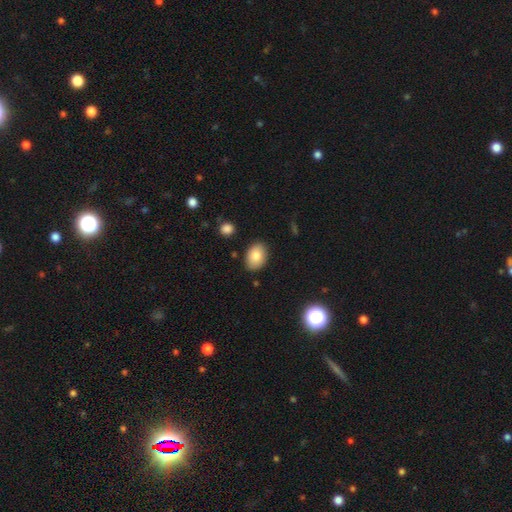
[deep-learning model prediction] smooth 84%, featured or disk 9%, star or artifact 8%. Down the decision tree: how rounded — in between (83%); merging — none (86%).